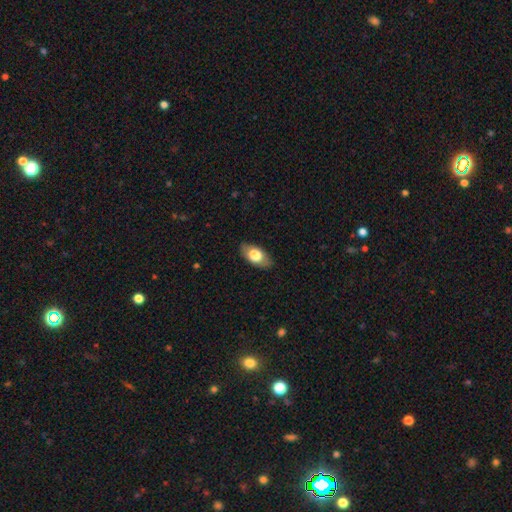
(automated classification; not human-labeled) This appears to be a smooth galaxy with no disk features (69%) that is in between round and cigar-shaped (91%). Merging: none (83%).